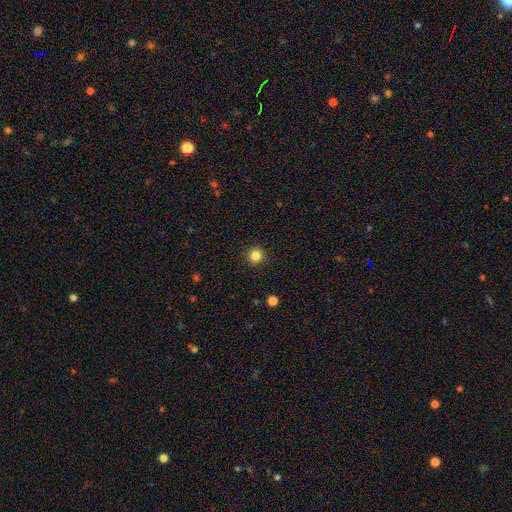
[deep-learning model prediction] Smooth or featured? smooth (83%)
How rounded? round (94%)
Merging? none (92%)